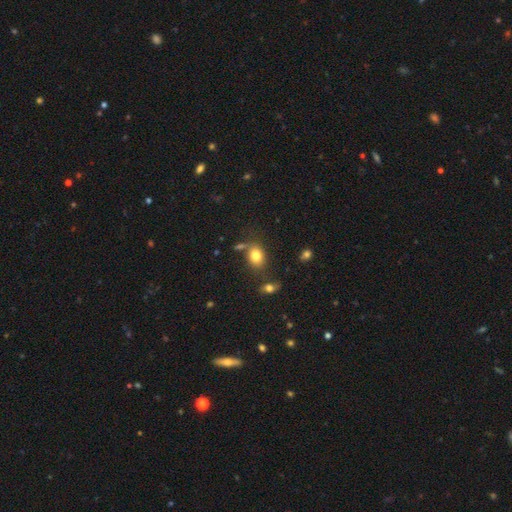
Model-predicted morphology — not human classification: This appears to be a smooth galaxy with no disk features (81%) that is in between round and cigar-shaped (67%). Merging: none (68%).